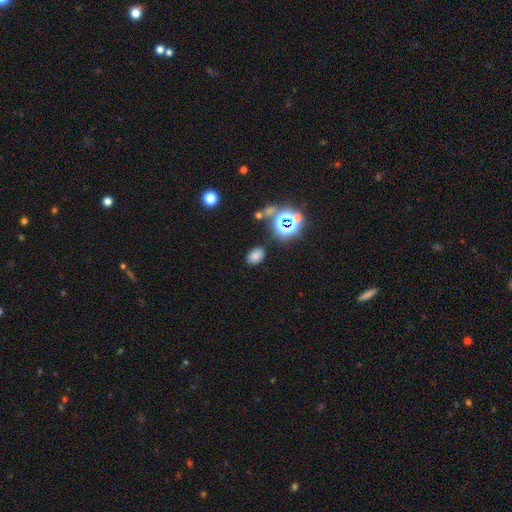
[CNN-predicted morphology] The model was most divided on "smooth or featured": smooth: 72%, star or artifact: 21%, featured or disk: 7%. More confident: merging — none (84%); how rounded — in between (79%).